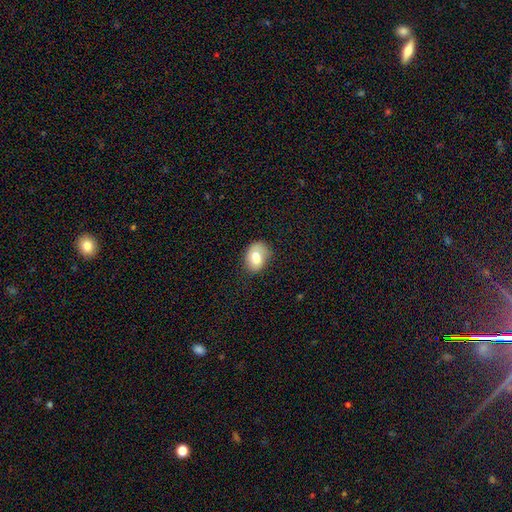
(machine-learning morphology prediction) Q: Smooth or featured?
A: smooth (73%); runner-up: featured or disk (19%)
Q: How rounded?
A: in between (71%); runner-up: round (28%)
Q: Merging?
A: none (58%); runner-up: minor disturbance (28%)